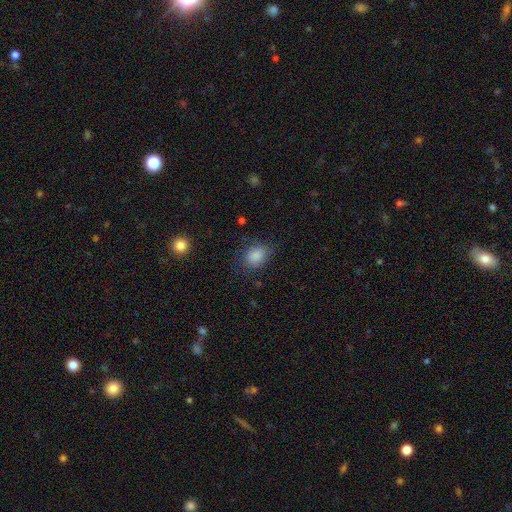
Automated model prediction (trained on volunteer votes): Smooth or featured? Predicted: smooth (p=0.85). How rounded? Predicted: in between (p=0.56). Merging? Predicted: none (p=0.73).